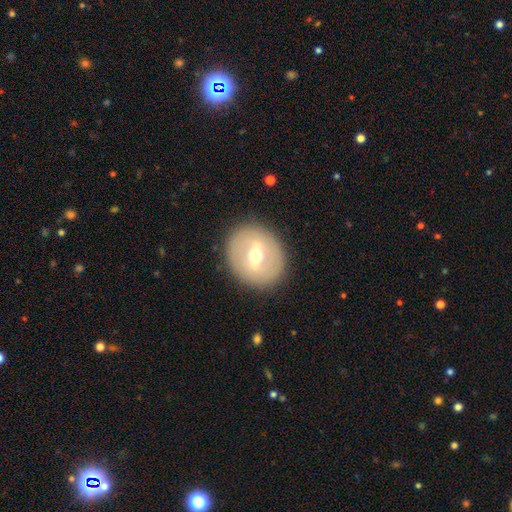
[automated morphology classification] This is possibly a featured or disk galaxy (55%). It is clearly not viewed edge-on (91%). Merging: clearly none (87%).